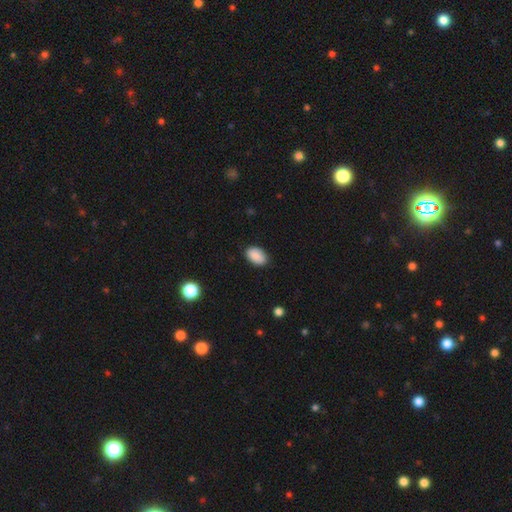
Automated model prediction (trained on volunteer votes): This is clearly a smooth galaxy (88%). How rounded: clearly in between (91%). Merging: clearly none (85%).